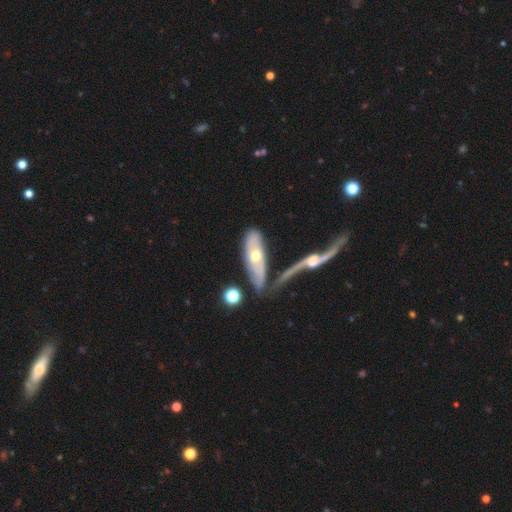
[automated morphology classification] featured or disk 58%, smooth 35%, star or artifact 6%. Down the decision tree: edge-on disk — no (63%); merging — none (53%).